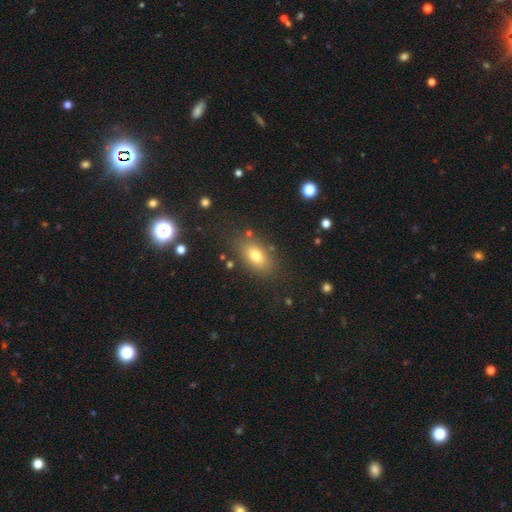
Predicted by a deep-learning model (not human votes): A smooth galaxy with no disk features (75%) that is in between round and cigar-shaped (84%). Merging: none (81%).